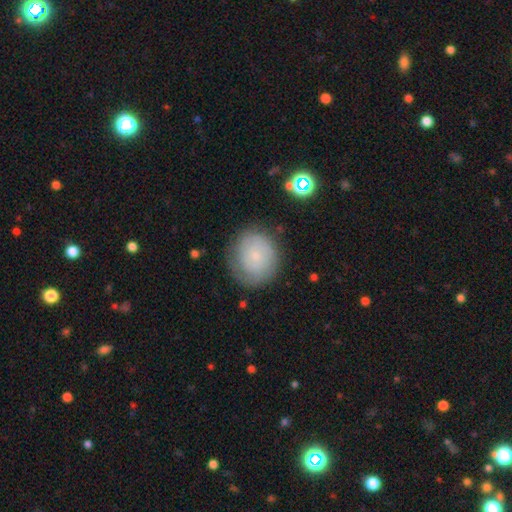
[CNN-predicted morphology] Smooth or featured?
  - smooth: 50% *
  - featured or disk: 40%
  - star or artifact: 10%
How rounded?
  - round: 78% *
  - in between: 21%
  - cigar-shaped: 1%
Merging?
  - none: 75% *
  - minor disturbance: 18%
  - major disturbance: 6%
  - merger: 2%